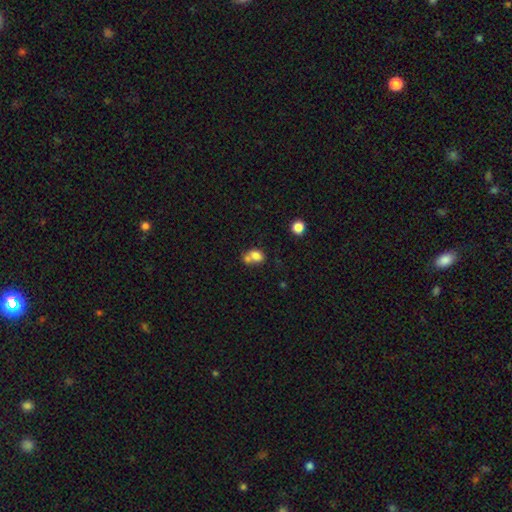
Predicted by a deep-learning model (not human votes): This is likely a smooth galaxy (76%). How rounded: likely in between (60%). Merging: possibly merger (55%).